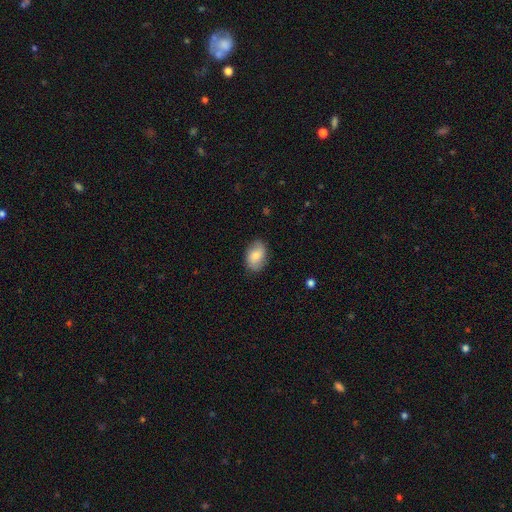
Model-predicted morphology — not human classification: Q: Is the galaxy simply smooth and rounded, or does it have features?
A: smooth — 71%.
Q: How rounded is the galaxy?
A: in between — 86%.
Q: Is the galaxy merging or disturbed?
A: none — 80%.